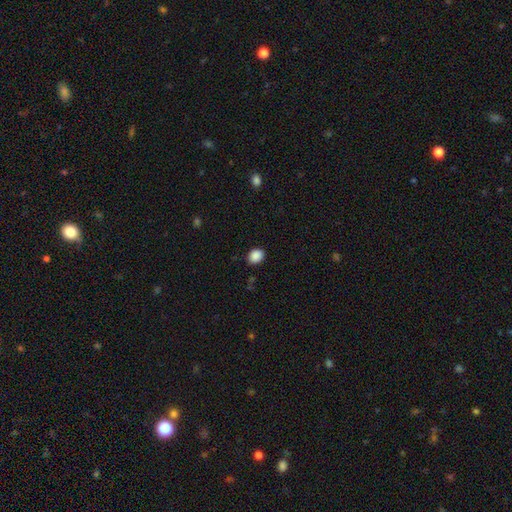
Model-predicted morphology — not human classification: This is clearly a smooth galaxy (89%). How rounded: possibly in between (53%). Merging: clearly none (88%).